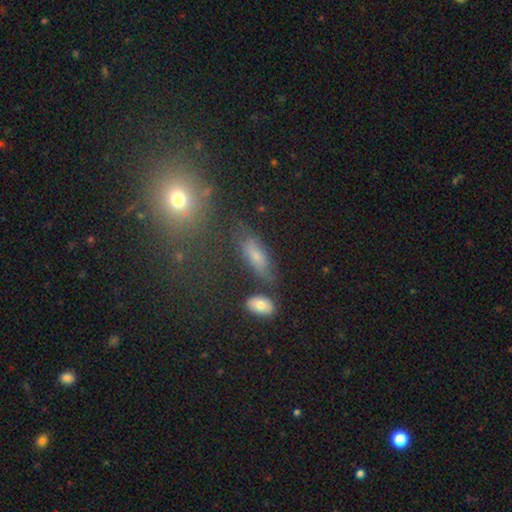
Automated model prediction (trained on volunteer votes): smooth-or-featured: smooth: 61% | featured or disk: 25% | star or artifact: 14%
  how-rounded: in between: 65% | cigar-shaped: 29% | round: 6%
  merging: none: 61% | minor disturbance: 22% | major disturbance: 9% | merger: 8%